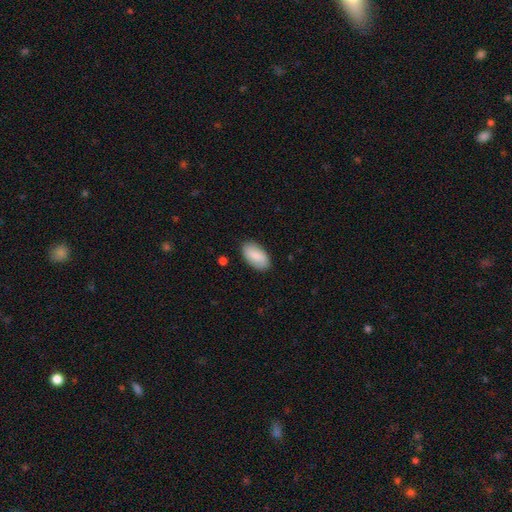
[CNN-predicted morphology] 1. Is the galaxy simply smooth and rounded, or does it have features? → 85% smooth, 9% featured or disk, 6% star or artifact.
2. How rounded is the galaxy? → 94% in between, 3% cigar-shaped, 3% round.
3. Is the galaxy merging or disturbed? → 86% none, 10% minor disturbance, 2% major disturbance, 1% merger.